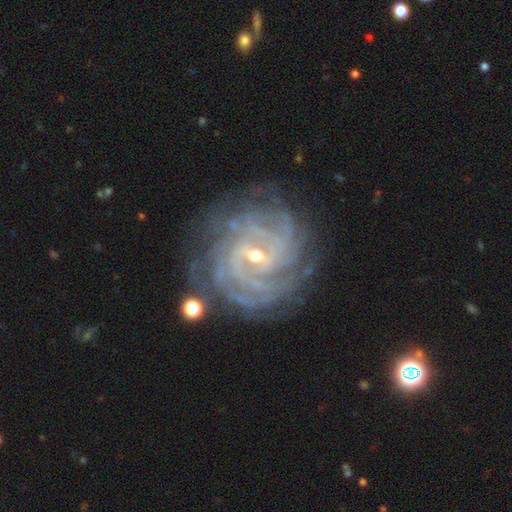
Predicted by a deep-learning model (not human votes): This appears to be a featured or disk galaxy (91%) with a weak bar (54%), 4 (27%) tight (75%) spiral arms (98%) and a small central bulge (60%). Merging: none (76%).